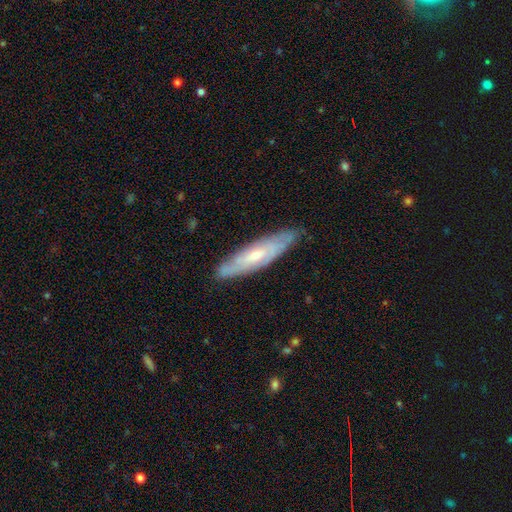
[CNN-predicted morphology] Overall: featured or disk (63%; smooth 31%). Edge-on disk: no (59%; yes 41%). Merging: none (79%).